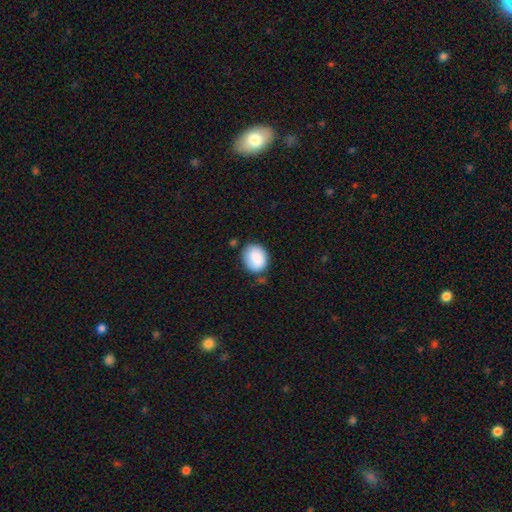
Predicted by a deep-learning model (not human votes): Q: Smooth or featured?
A: smooth (88%); runner-up: star or artifact (7%)
Q: How rounded?
A: round (60%); runner-up: in between (39%)
Q: Merging?
A: none (71%); runner-up: minor disturbance (20%)